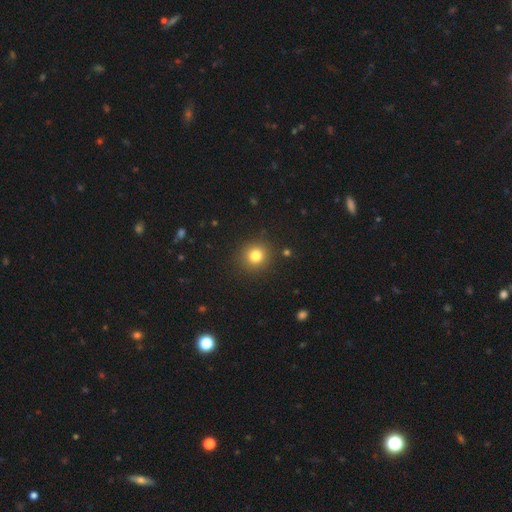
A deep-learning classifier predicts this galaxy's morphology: type=smooth (80%); roundness=round (92%); merging=none (90%).